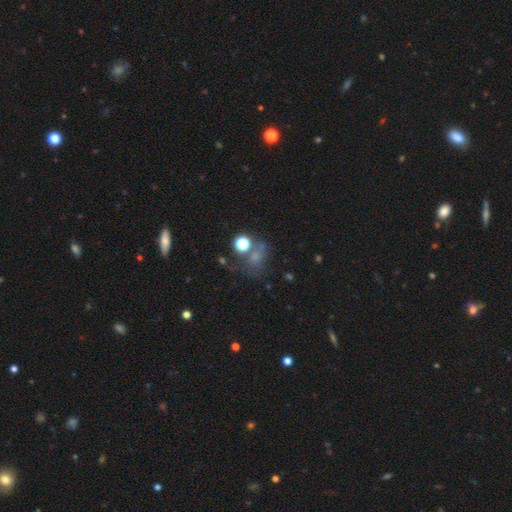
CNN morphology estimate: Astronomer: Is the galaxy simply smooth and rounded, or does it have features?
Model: smooth — 52% (runner-up: star or artifact, 30%).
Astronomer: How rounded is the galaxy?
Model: round — 63%.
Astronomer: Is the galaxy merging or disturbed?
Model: none — 46%.